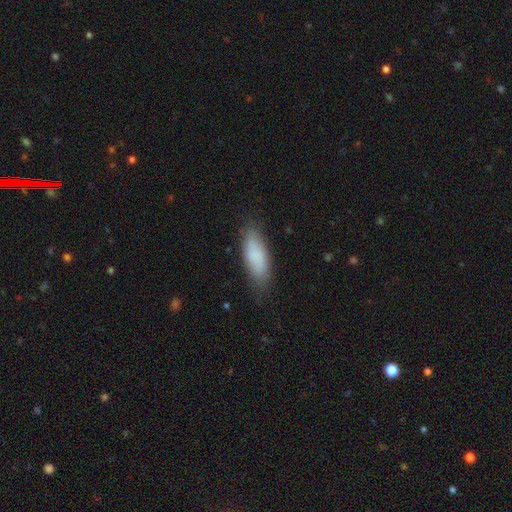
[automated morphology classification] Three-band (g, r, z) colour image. It shows a smooth galaxy with no disk features (82%) that is in between round and cigar-shaped (65%). Merging: none (77%).